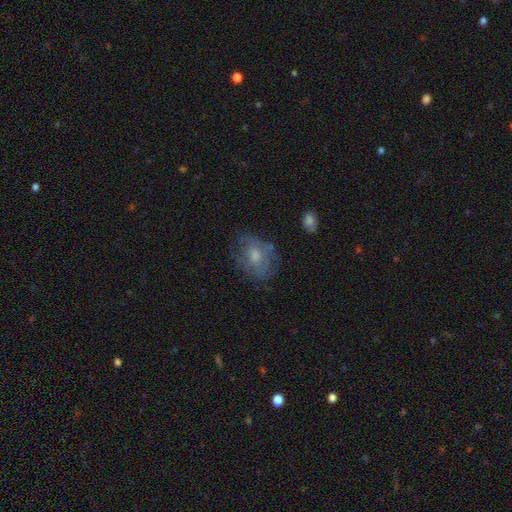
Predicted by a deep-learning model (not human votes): Smooth or featured?
  - smooth: 50% *
  - featured or disk: 41%
  - star or artifact: 9%
Merging?
  - none: 59% *
  - minor disturbance: 24%
  - major disturbance: 14%
  - merger: 2%